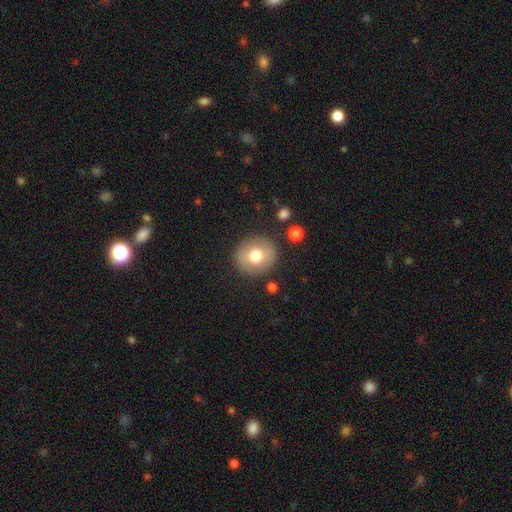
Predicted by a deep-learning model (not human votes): A smooth galaxy with no disk features (73%) that is round (86%).

Vote fractions:
- Smooth or featured? smooth: 73% / featured or disk: 18% / star or artifact: 9%
- How rounded? round: 86% / in between: 13% / cigar-shaped: 1%
- Merging? none: 87% / minor disturbance: 8% / major disturbance: 3% / merger: 2%